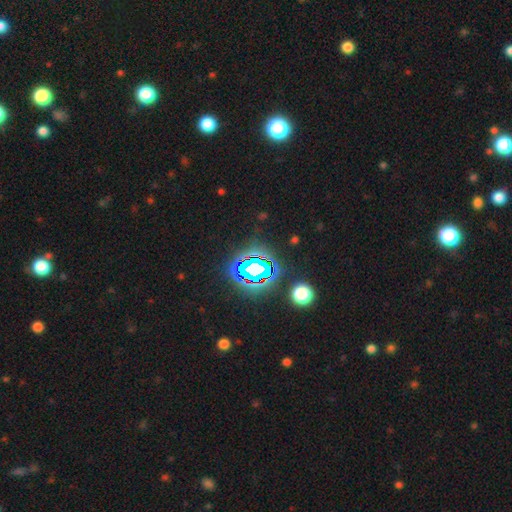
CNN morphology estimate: This is likely a star or artifact rather than a galaxy (79%).